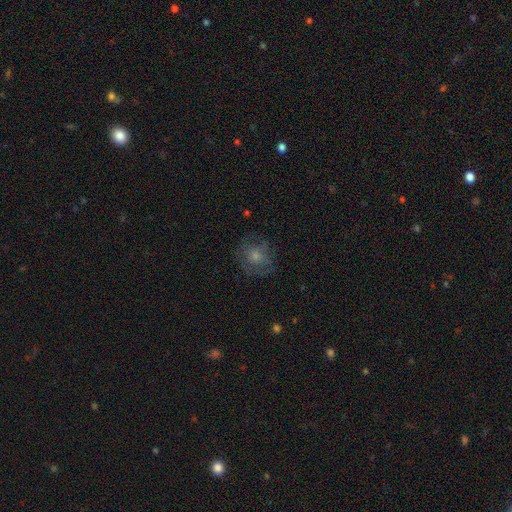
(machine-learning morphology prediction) Q: Smooth or featured?
A: smooth (45%); runner-up: featured or disk (36%)
Q: Merging?
A: none (75%); runner-up: minor disturbance (15%)